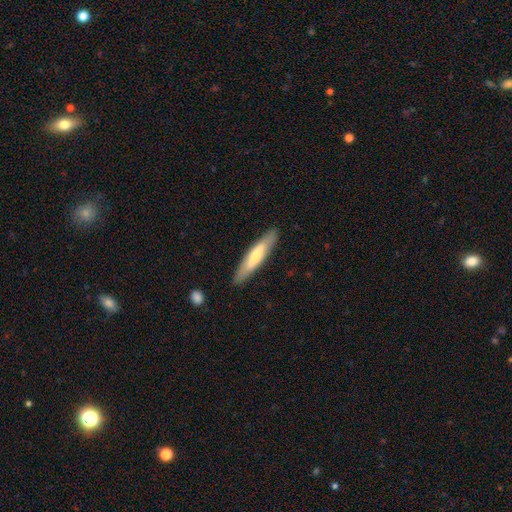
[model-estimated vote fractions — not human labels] A smooth galaxy with no disk features (61%) that is cigar-shaped (85%). Merging: none (88%).